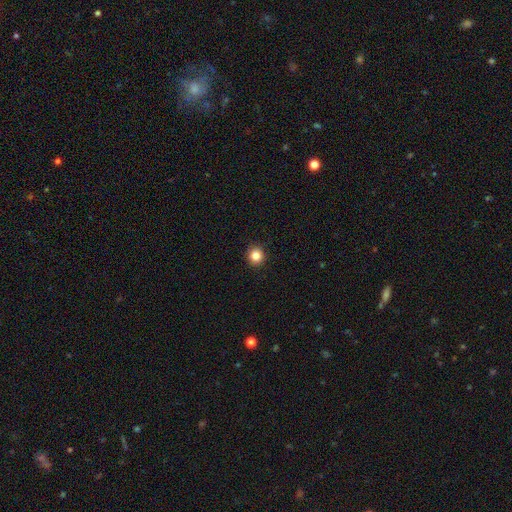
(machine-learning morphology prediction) Smooth or featured? Predicted: smooth (p=0.84). How rounded? Predicted: round (p=0.93). Merging? Predicted: none (p=0.93).